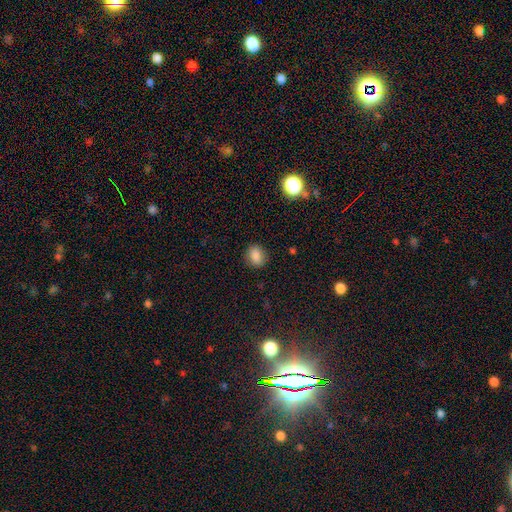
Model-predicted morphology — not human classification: Q: Smooth or featured?
A: smooth (84%); runner-up: star or artifact (11%)
Q: How rounded?
A: round (57%); runner-up: in between (42%)
Q: Merging?
A: none (87%); runner-up: minor disturbance (9%)